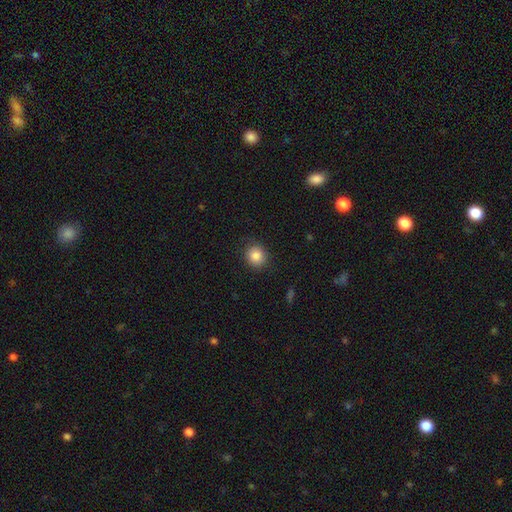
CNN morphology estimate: type=smooth (86%); roundness=round (82%); merging=none (87%).